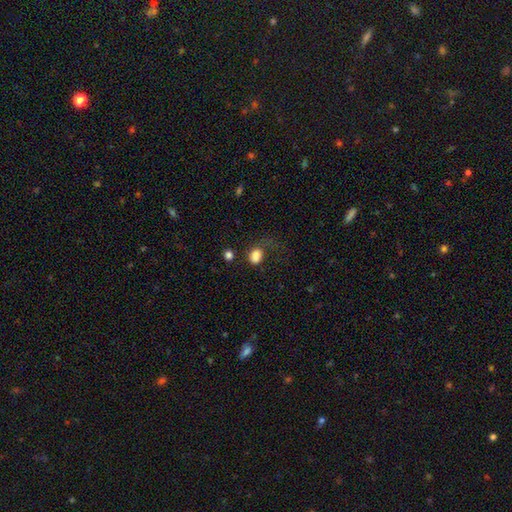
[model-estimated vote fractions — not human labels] Q: Smooth or featured?
A: smooth (82%); runner-up: star or artifact (10%)
Q: How rounded?
A: in between (63%); runner-up: round (36%)
Q: Merging?
A: major disturbance (36%); runner-up: none (35%)